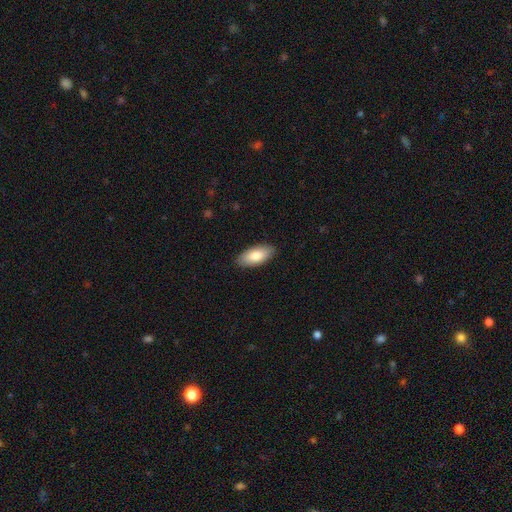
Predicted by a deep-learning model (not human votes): This appears to be a smooth galaxy with no disk features (82%) that is in between round and cigar-shaped (89%). Merging: none (89%).